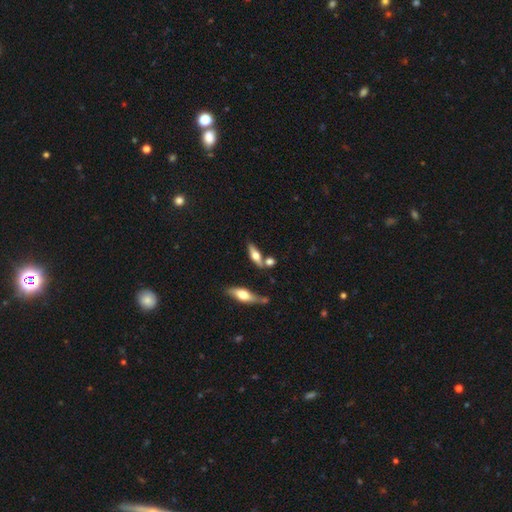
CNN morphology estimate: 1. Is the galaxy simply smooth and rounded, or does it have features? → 48% featured or disk, 45% smooth, 7% star or artifact.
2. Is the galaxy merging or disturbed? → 63% none, 18% merger, 14% minor disturbance, 5% major disturbance.